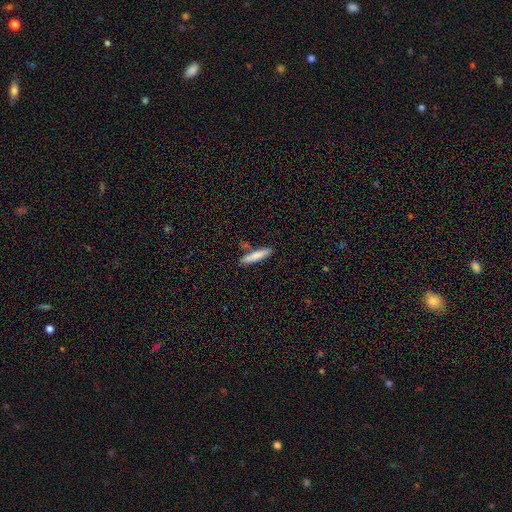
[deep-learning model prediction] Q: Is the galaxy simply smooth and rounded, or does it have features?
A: smooth — 79%.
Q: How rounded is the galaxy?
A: cigar-shaped — 87%.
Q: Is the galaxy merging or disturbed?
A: none — 79%.